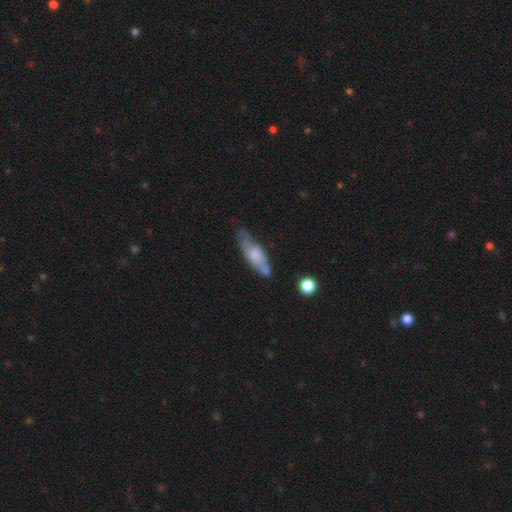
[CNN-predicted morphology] Overall: smooth (51%; featured or disk 43%). How rounded: cigar-shaped (53%; in between 44%). Merging: none (56%; minor disturbance 27%).